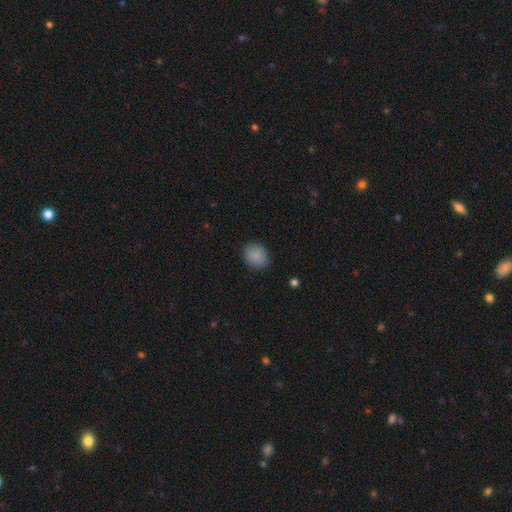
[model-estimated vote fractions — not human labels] Q: Smooth or featured?
A: smooth (88%); runner-up: star or artifact (8%)
Q: How rounded?
A: round (66%); runner-up: in between (33%)
Q: Merging?
A: none (87%); runner-up: minor disturbance (9%)